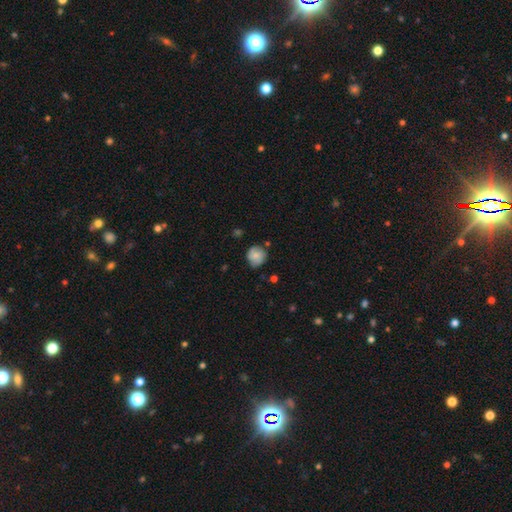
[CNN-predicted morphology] smooth_or_featured: smooth (p=0.69) [alt: featured or disk p=0.23]
how_rounded: round (p=0.85) [alt: in between p=0.14]
merging: none (p=0.69) [alt: minor disturbance p=0.24]